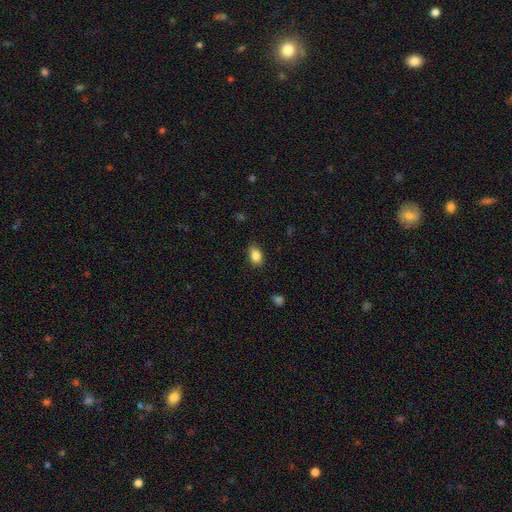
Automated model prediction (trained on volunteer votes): Smooth or featured? smooth (86%)
How rounded? in between (81%)
Merging? none (83%)